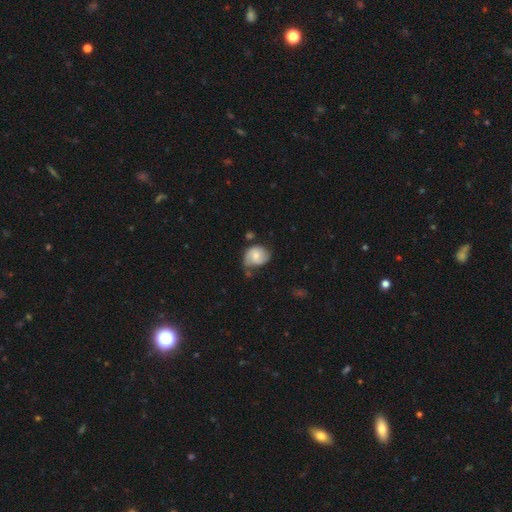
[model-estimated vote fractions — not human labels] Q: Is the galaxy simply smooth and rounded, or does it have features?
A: featured or disk — 53%.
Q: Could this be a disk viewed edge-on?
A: no — 97%.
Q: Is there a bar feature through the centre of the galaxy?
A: no — 65%.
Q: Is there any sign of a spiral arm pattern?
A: yes — 84%.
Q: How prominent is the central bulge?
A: moderate — 53%.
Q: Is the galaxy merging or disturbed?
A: none — 48%.